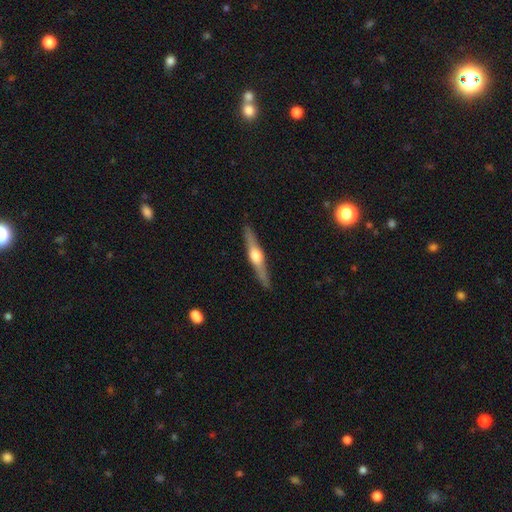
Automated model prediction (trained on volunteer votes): A featured or disk galaxy (78%) viewed edge-on (98%) with a rounded central bulge (94%).

Vote fractions:
- Smooth or featured? featured or disk: 78% / smooth: 17% / star or artifact: 5%
- Edge-on disk? yes: 98% / no: 2%
- Edge-on bulge? rounded: 94% / boxy: 4% / none: 2%
- Merging? none: 91% / minor disturbance: 7% / major disturbance: 1% / merger: 1%